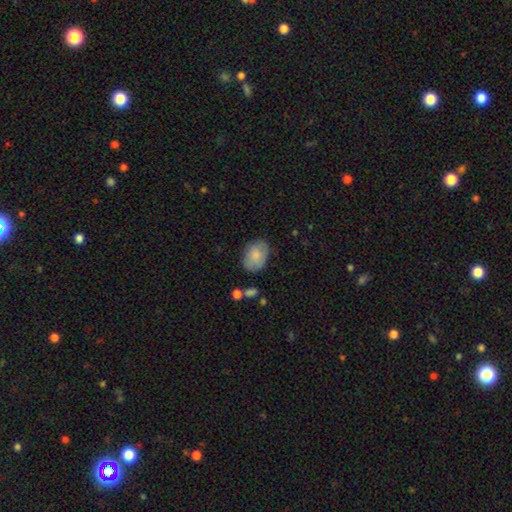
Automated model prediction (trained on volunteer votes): A smooth galaxy with no disk features (80%) that is in between round and cigar-shaped (80%). Merging: none (75%).